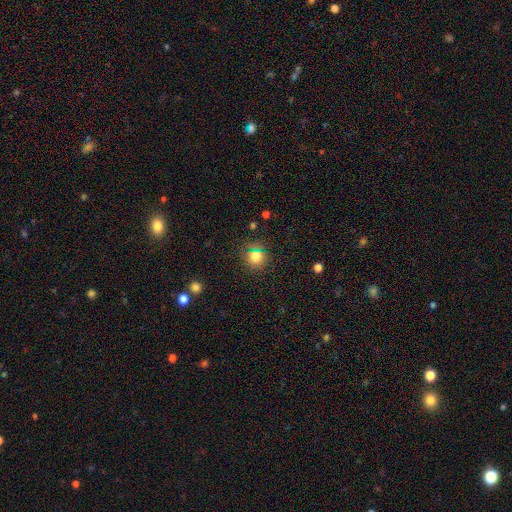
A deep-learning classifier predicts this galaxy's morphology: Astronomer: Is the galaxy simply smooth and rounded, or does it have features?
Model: smooth — 74%.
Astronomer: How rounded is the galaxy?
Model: round — 90%.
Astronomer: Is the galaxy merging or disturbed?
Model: none — 86%.